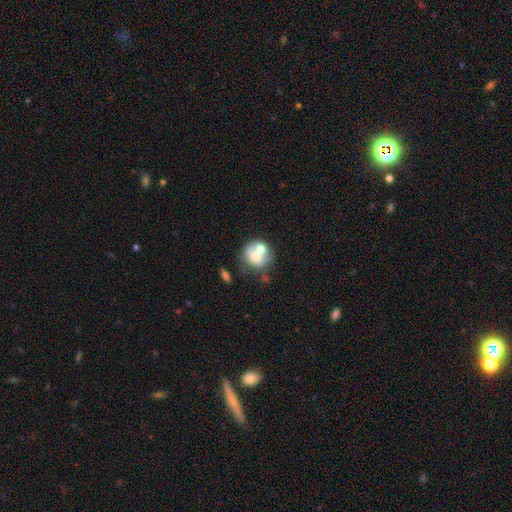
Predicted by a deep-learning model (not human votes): Smooth or featured? smooth (59%)
How rounded? round (77%)
Merging? merger (46%)